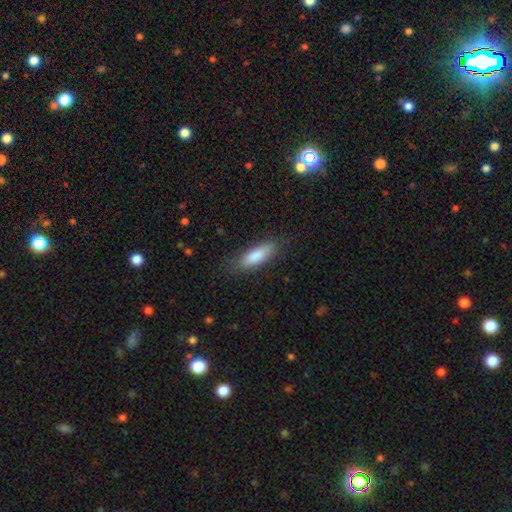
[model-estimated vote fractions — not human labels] This is likely a smooth galaxy (80%). How rounded: possibly in between (50%). Merging: clearly none (83%).